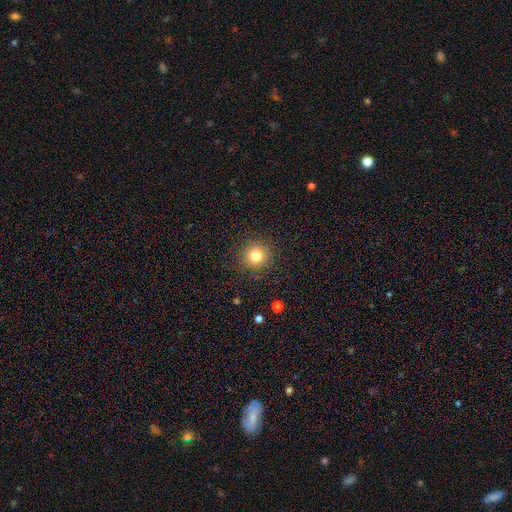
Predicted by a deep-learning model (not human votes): smooth_or_featured: smooth (p=0.79) [alt: star or artifact p=0.13]
how_rounded: round (p=0.94) [alt: in between p=0.05]
merging: none (p=0.90) [alt: minor disturbance p=0.06]